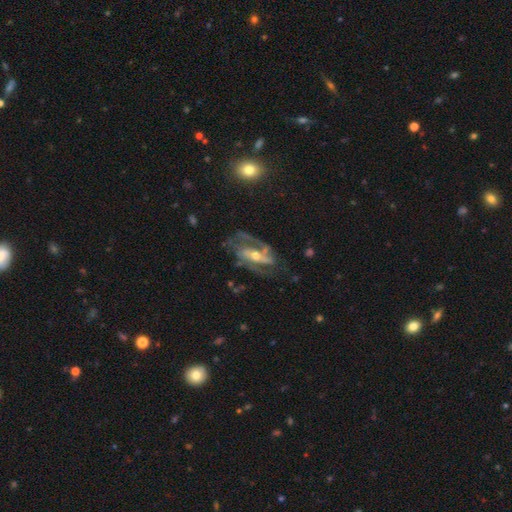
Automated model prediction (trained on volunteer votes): Morphology: type=featured or disk (86%); edge-on=no (93%); bar=strong (41%); spiral arms=yes (92%); winding=medium (49%); arm count=2 (75%); bulge=moderate (50%); merging=none (59%).